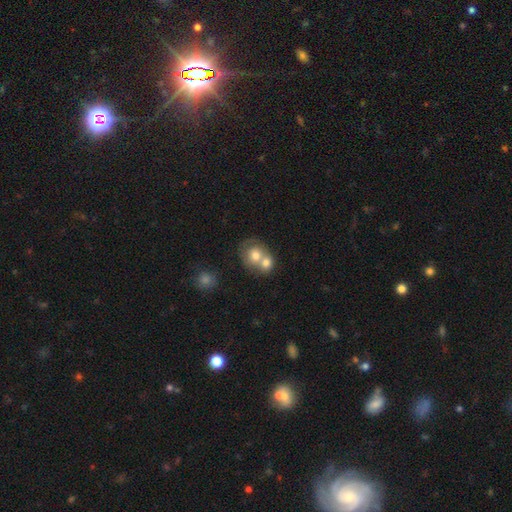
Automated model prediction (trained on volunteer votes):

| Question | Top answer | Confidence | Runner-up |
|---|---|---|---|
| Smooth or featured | smooth | 71% | featured or disk (21%) |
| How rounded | round | 70% | in between (29%) |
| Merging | merger | 67% | none (24%) |